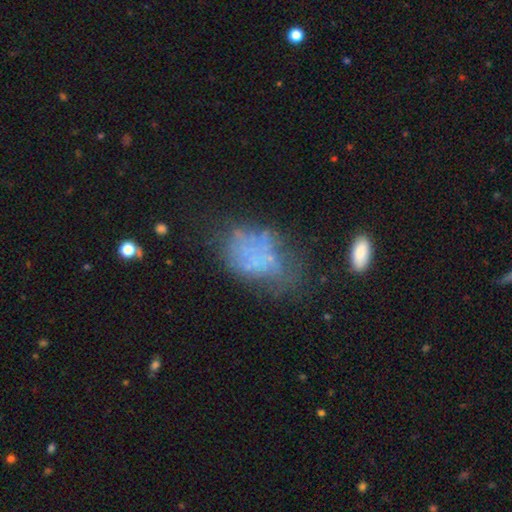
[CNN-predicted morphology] The model was most divided on "smooth or featured": smooth: 42%, featured or disk: 41%, star or artifact: 17%. Remaining: merging — none (36%).